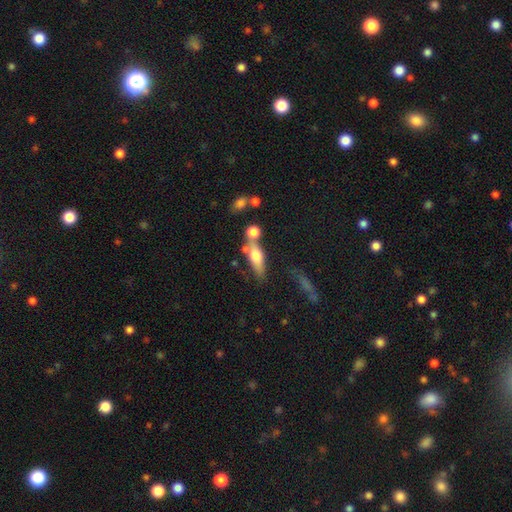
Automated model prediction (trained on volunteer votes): This appears to be a smooth galaxy with no disk features (59%) that is in between round and cigar-shaped (52%). Merging: none (49%).